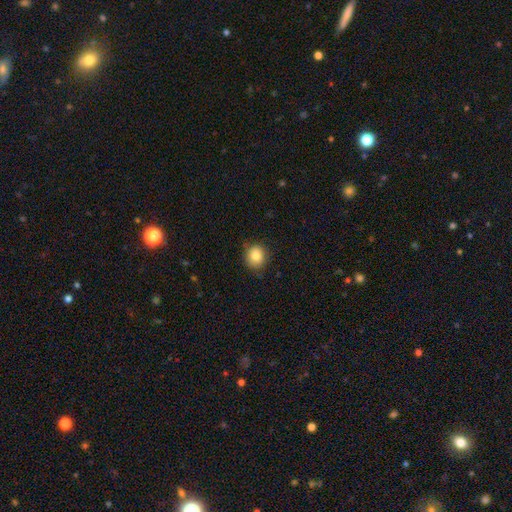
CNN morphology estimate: type=smooth (82%); roundness=round (78%); merging=none (79%).